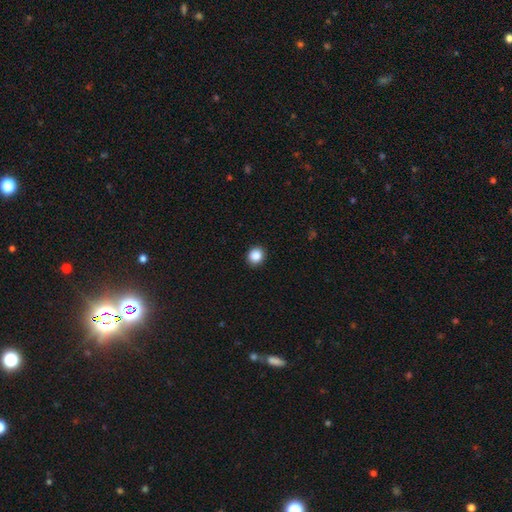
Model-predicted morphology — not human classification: This appears to be a smooth galaxy with no disk features (87%) that is round (87%). Merging: none (92%).